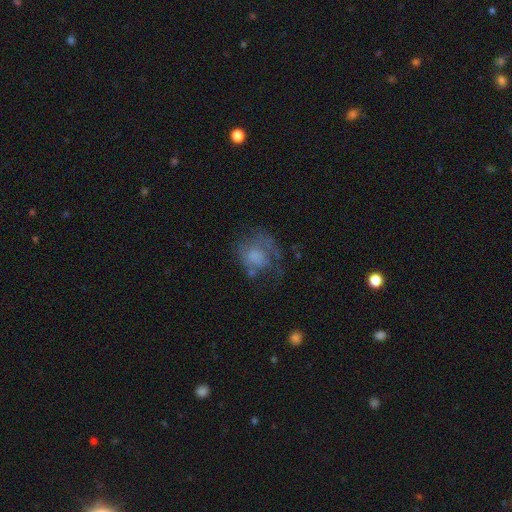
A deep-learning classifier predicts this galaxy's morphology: smooth 46%, featured or disk 43%, star or artifact 11%. Down the decision tree: merging — major disturbance (38%).